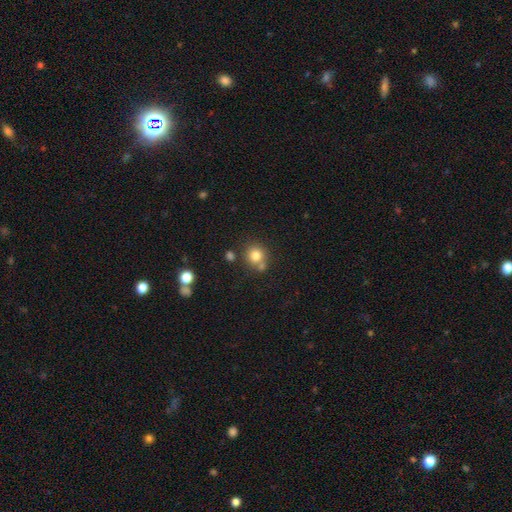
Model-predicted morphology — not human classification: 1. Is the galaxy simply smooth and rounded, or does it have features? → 80% smooth, 12% star or artifact, 9% featured or disk.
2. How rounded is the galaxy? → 87% round, 12% in between, 1% cigar-shaped.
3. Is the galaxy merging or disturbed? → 64% none, 21% merger, 11% minor disturbance, 3% major disturbance.